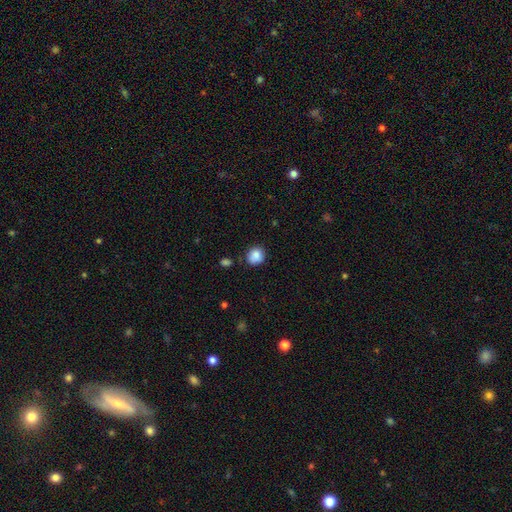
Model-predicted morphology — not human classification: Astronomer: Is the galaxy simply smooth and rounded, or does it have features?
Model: smooth — 87%.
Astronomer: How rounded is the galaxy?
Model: round — 80%.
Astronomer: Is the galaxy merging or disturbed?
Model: none — 74%.